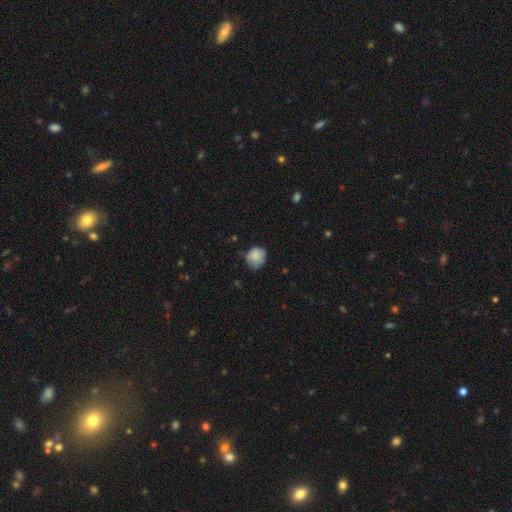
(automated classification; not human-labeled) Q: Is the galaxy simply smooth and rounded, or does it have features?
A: smooth — 79%.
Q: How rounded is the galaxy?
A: round — 71%.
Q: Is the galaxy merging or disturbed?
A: none — 52%.